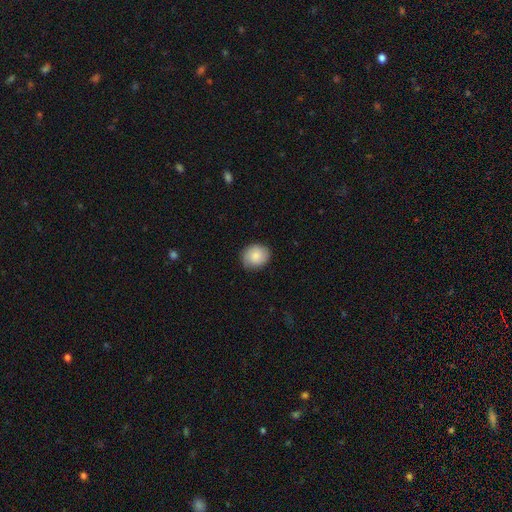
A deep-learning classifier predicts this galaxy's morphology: A smooth galaxy with no disk features (83%) that is round (71%). Merging: none (82%).